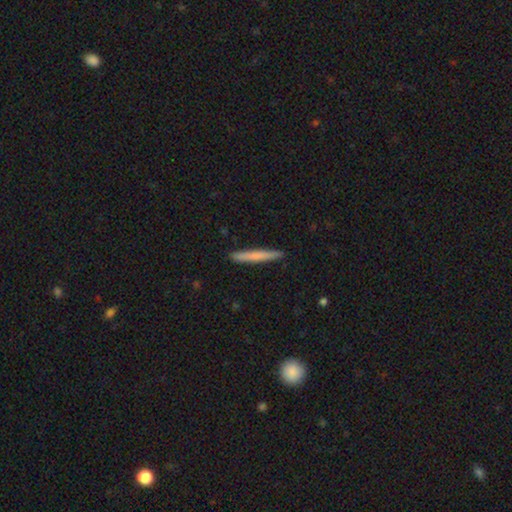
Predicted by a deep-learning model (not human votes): smooth_or_featured: smooth (p=0.70) [alt: featured or disk p=0.25]
how_rounded: cigar-shaped (p=0.96) [alt: in between p=0.02]
merging: none (p=0.92) [alt: minor disturbance p=0.06]